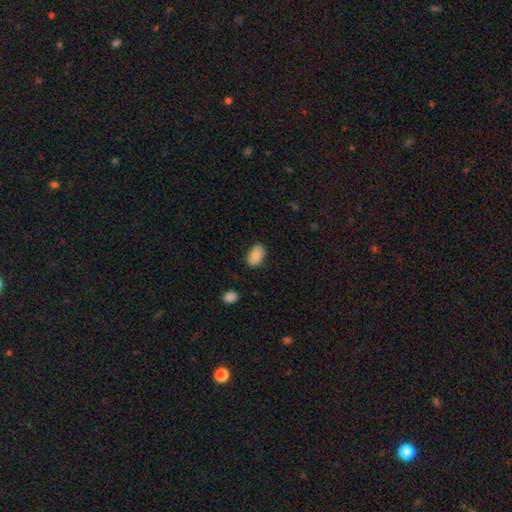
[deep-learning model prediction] Smooth or featured? smooth (81%)
How rounded? in between (91%)
Merging? none (83%)